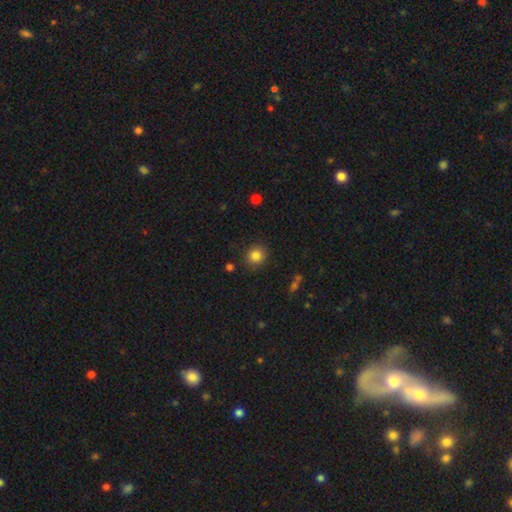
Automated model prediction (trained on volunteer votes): This appears to be a smooth galaxy with no disk features (84%) that is round (85%). Merging: none (86%).